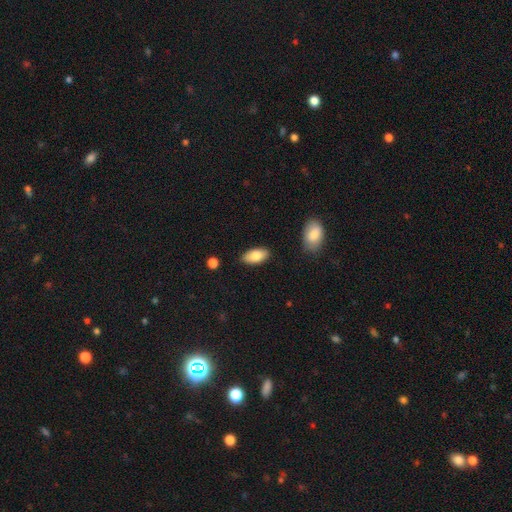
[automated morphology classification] smooth-or-featured: smooth: 84% | featured or disk: 10% | star or artifact: 6%
  how-rounded: in between: 92% | cigar-shaped: 5% | round: 2%
  merging: none: 86% | minor disturbance: 10% | major disturbance: 2% | merger: 2%